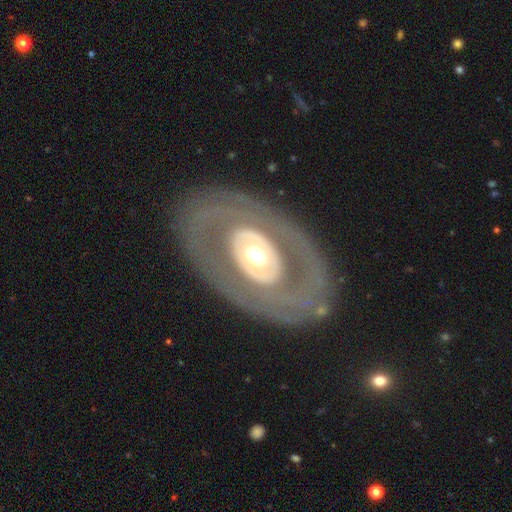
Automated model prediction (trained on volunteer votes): Smooth or featured? Predicted: featured or disk (p=0.71). Edge-on disk? Predicted: no (p=0.90). Bar? Predicted: no (p=0.86). Spiral arms? Predicted: no (p=0.80). Bulge size? Predicted: moderate (p=0.58). Merging? Predicted: none (p=0.81).